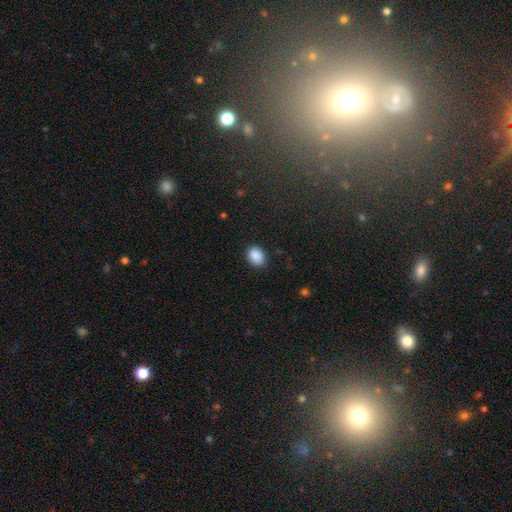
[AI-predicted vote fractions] Smooth or featured? smooth (89%)
How rounded? in between (52%)
Merging? none (88%)